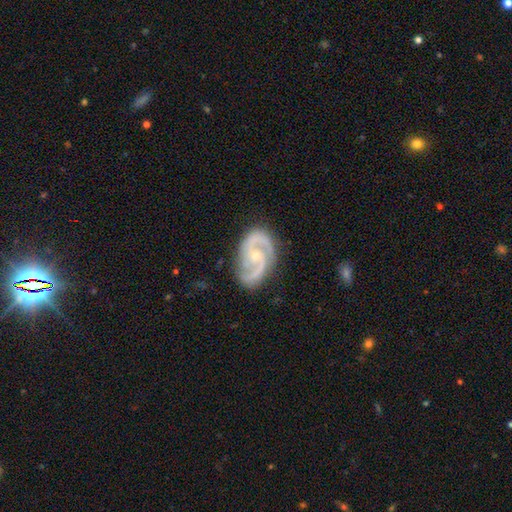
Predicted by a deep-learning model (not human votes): A featured or disk galaxy (91%) with no bar (57%), 2 (90%) medium (56%) spiral arms (98%) and a small central bulge (60%). Merging: none (78%).